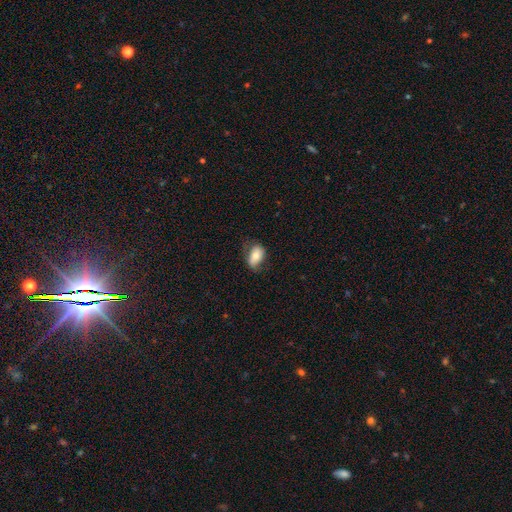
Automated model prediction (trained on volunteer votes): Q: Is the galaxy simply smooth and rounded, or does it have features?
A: smooth — 71%.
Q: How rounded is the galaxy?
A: in between — 89%.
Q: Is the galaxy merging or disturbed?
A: none — 61%.